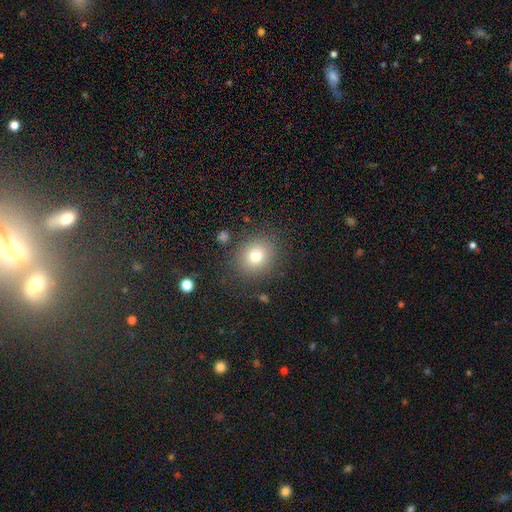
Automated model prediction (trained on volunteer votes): This appears to be a smooth galaxy with no disk features (77%) that is round (73%). Merging: none (84%).